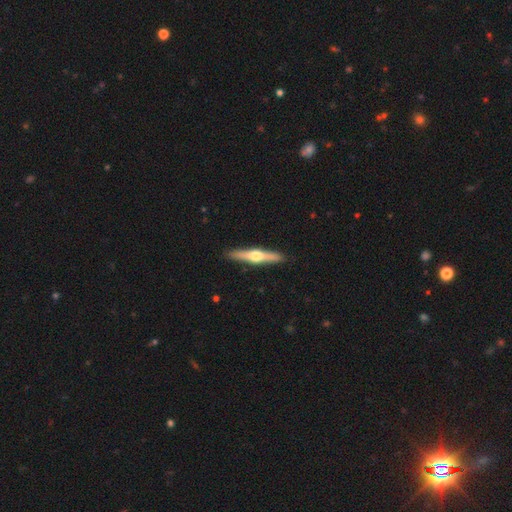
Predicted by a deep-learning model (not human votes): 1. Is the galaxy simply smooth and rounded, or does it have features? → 64% featured or disk, 31% smooth, 5% star or artifact.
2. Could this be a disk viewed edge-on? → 97% yes, 3% no.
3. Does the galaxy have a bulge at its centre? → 94% rounded, 3% boxy, 3% none.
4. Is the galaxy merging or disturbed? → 91% none, 7% minor disturbance, 1% major disturbance, 1% merger.